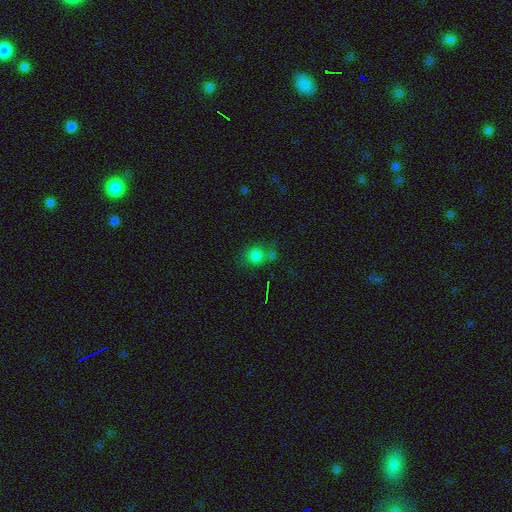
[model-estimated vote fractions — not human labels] Smooth or featured? Predicted: smooth (p=0.78). How rounded? Predicted: round (p=0.82). Merging? Predicted: none (p=0.54).